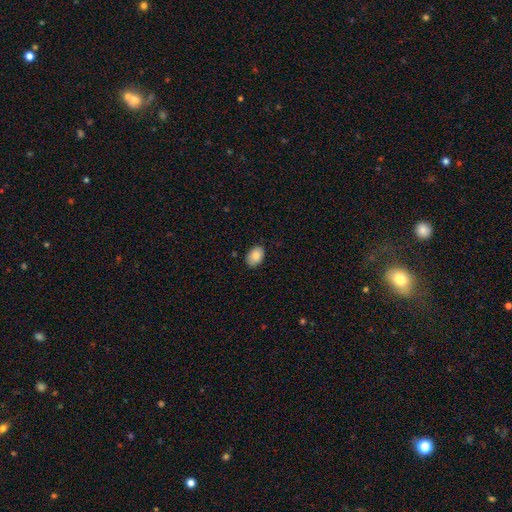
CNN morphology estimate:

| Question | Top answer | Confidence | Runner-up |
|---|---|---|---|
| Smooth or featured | smooth | 87% | star or artifact (7%) |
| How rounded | in between | 83% | round (16%) |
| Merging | none | 84% | minor disturbance (13%) |